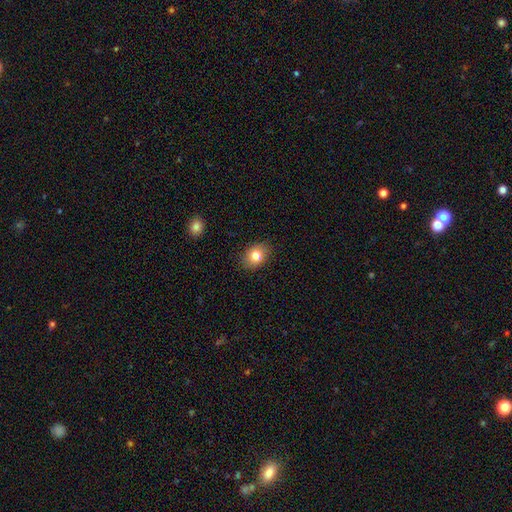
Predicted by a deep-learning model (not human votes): smooth 81%, star or artifact 9%, featured or disk 9%. Down the decision tree: how rounded — in between (60%); merging — none (86%).